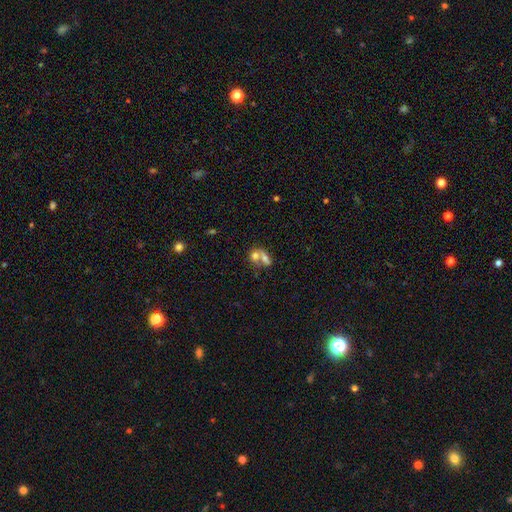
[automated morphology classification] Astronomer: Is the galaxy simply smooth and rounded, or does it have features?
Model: smooth — 66%.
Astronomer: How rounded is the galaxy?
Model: in between — 56% (runner-up: round, 41%).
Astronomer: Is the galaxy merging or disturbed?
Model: merger — 67%.